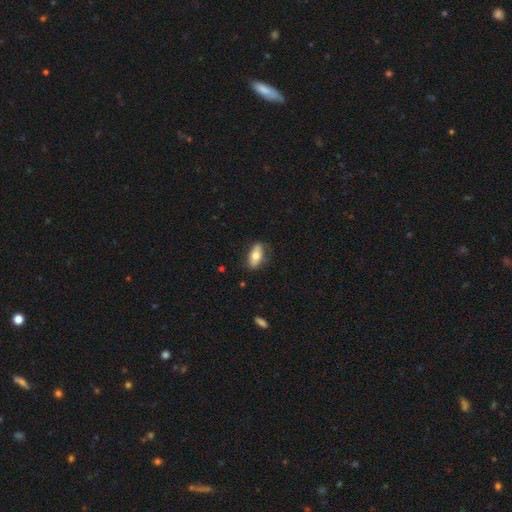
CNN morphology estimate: Overall: smooth (66%; featured or disk 28%). How rounded: in between (81%). Merging: none (79%).